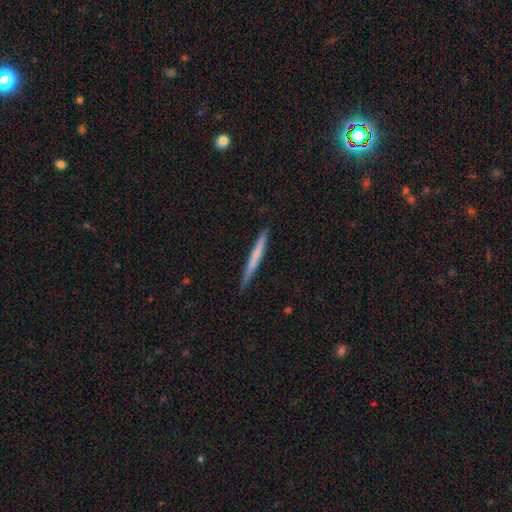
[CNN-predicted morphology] Smooth or featured?
  - smooth: 55% *
  - featured or disk: 40%
  - star or artifact: 5%
How rounded?
  - cigar-shaped: 97% *
  - in between: 2%
  - round: 1%
Merging?
  - none: 86% *
  - minor disturbance: 10%
  - major disturbance: 2%
  - merger: 1%